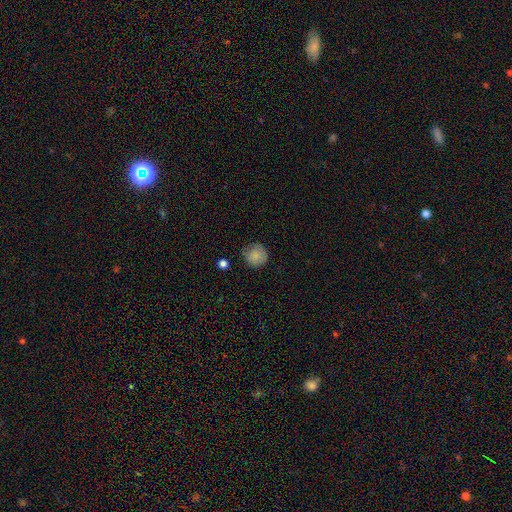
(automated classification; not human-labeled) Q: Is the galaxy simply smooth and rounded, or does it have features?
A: smooth — 84%.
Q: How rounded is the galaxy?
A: round — 93%.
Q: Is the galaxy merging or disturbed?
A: none — 75%.